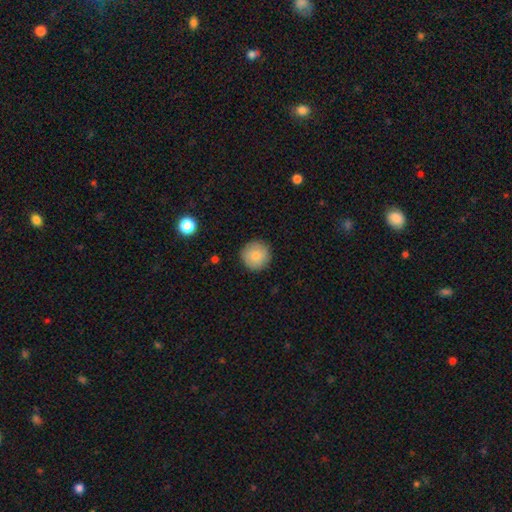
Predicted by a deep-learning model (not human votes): This appears to be a smooth galaxy with no disk features (85%) that is round (96%). Merging: none (90%).